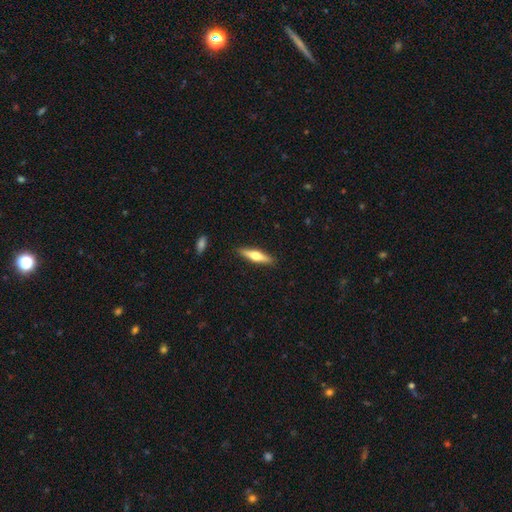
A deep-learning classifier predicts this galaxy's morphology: A featured or disk galaxy (50%).

Vote fractions:
- Smooth or featured? featured or disk: 50% / smooth: 45% / star or artifact: 5%
- Merging? none: 90% / minor disturbance: 8% / major disturbance: 2% / merger: 1%